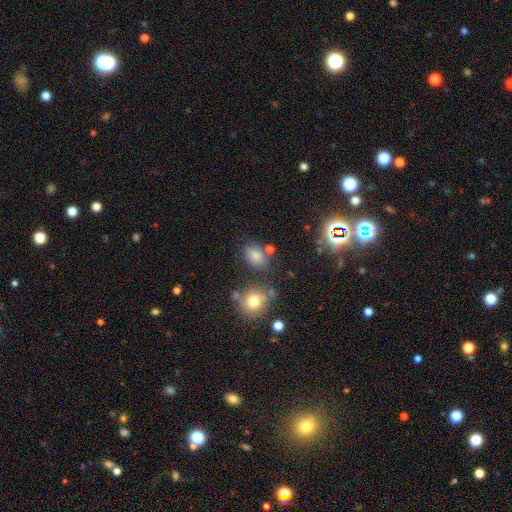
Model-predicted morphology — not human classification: Smooth or featured: smooth — 79% (star or artifact — 14%)
How rounded: in between — 80% (round — 19%)
Merging: none — 69% (minor disturbance — 16%)